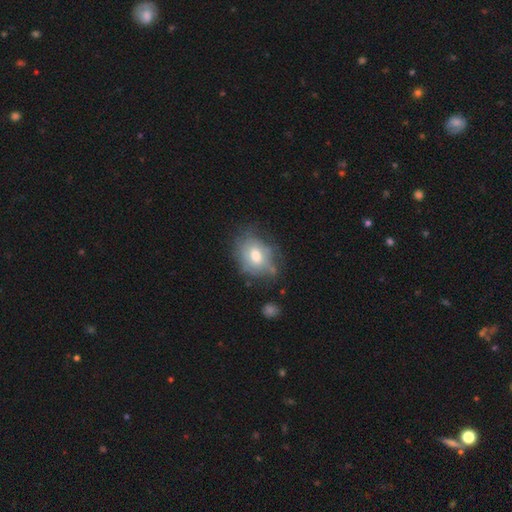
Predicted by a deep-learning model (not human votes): A smooth galaxy with no disk features (58%) that is in between round and cigar-shaped (58%). Merging: none (55%).